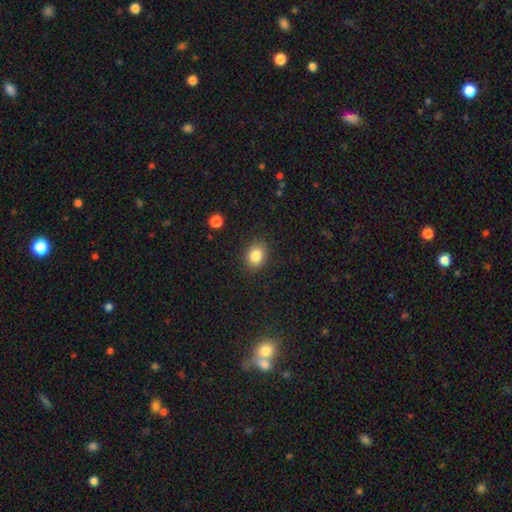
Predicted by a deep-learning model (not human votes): This appears to be a smooth galaxy with no disk features (84%) that is in between round and cigar-shaped (57%). Merging: none (87%).